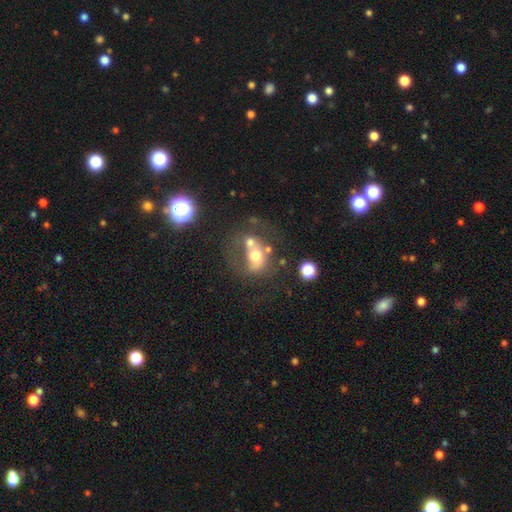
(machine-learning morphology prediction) smooth 47%, featured or disk 40%, star or artifact 13%. Down the decision tree: merging — merger (46%).